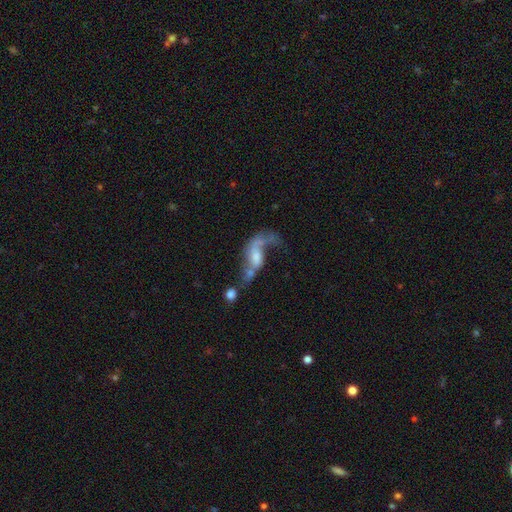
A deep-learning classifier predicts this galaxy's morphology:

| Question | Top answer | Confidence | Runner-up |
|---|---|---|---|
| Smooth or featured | featured or disk | 58% | smooth (31%) |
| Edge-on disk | no | 93% | yes (7%) |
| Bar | no | 59% | weak (31%) |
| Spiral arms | yes | 66% | no (34%) |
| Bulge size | moderate | 33% | small (24%) |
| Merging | merger | 39% | major disturbance (35%) |